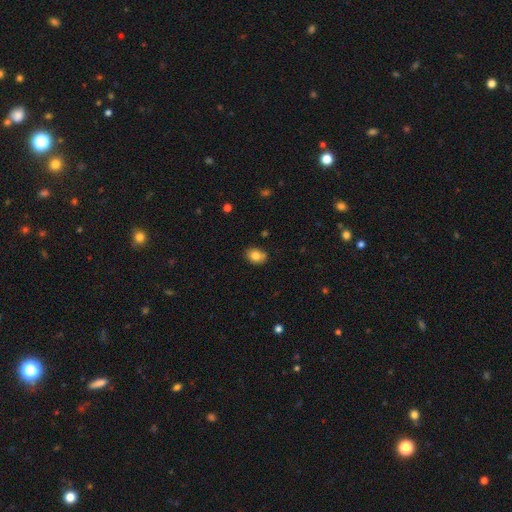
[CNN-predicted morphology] Q: Smooth or featured?
A: smooth (81%); runner-up: star or artifact (10%)
Q: How rounded?
A: in between (61%); runner-up: round (38%)
Q: Merging?
A: none (74%); runner-up: minor disturbance (18%)